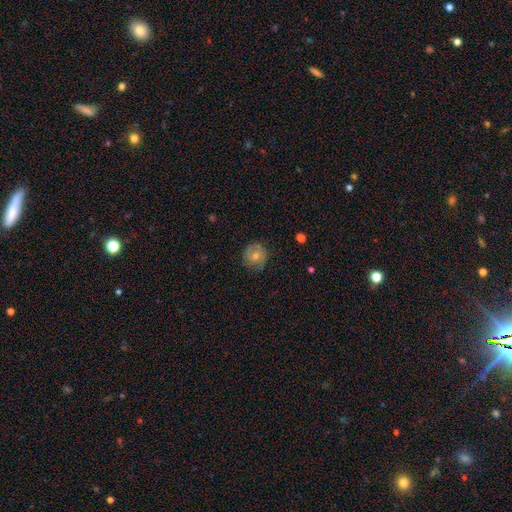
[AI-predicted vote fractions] A smooth galaxy with no disk features (49%). Merging: none (76%).